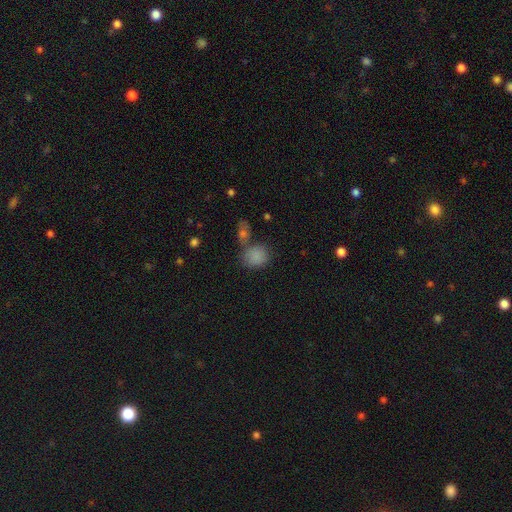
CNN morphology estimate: smooth-or-featured: smooth: 83% | star or artifact: 10% | featured or disk: 7%
  how-rounded: round: 57% | in between: 41% | cigar-shaped: 1%
  merging: none: 52% | merger: 26% | minor disturbance: 15% | major disturbance: 6%